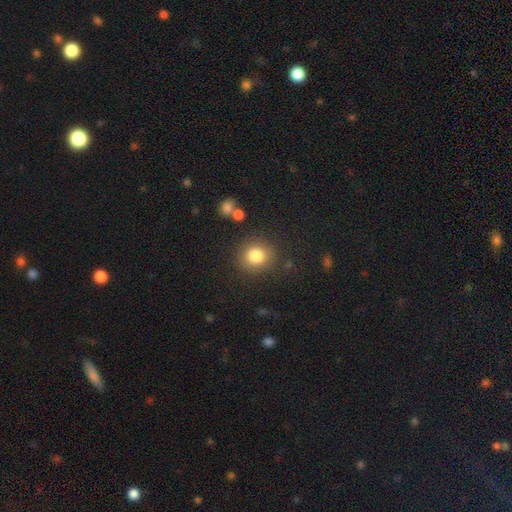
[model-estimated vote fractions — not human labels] Q: Smooth or featured?
A: smooth (82%); runner-up: star or artifact (11%)
Q: How rounded?
A: round (85%); runner-up: in between (14%)
Q: Merging?
A: none (83%); runner-up: minor disturbance (9%)